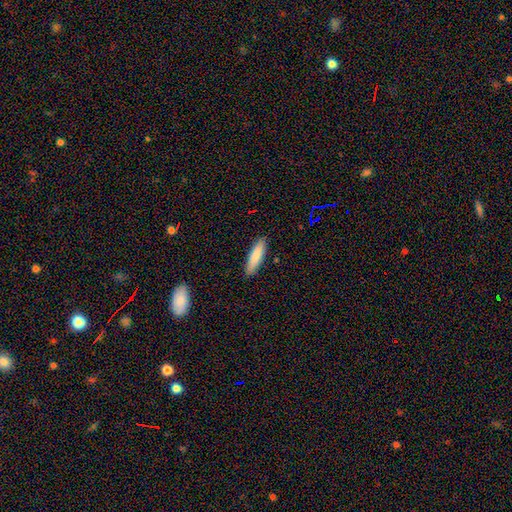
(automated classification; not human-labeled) Overall: smooth (84%). How rounded: cigar-shaped (72%). Merging: none (89%).